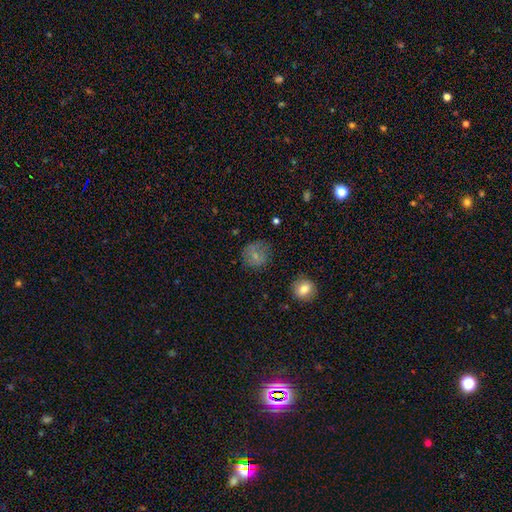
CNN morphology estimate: smooth-or-featured: smooth: 73% | featured or disk: 14% | star or artifact: 12%
  how-rounded: round: 84% | in between: 15% | cigar-shaped: 1%
  merging: none: 73% | minor disturbance: 18% | major disturbance: 8% | merger: 2%